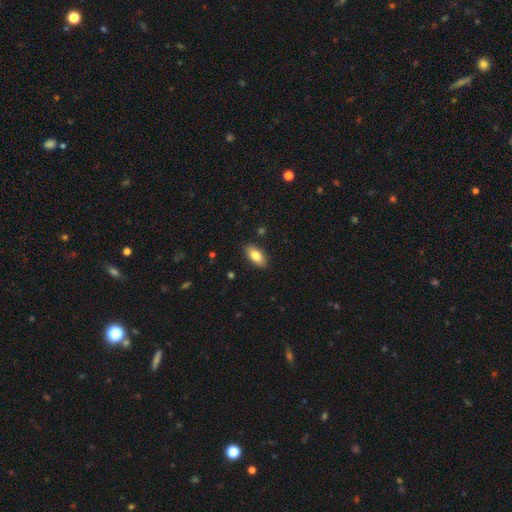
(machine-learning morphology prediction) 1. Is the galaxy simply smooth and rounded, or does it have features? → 82% smooth, 11% featured or disk, 7% star or artifact.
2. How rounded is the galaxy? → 89% in between, 8% cigar-shaped, 3% round.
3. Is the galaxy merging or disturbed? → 88% none, 9% minor disturbance, 2% major disturbance, 1% merger.